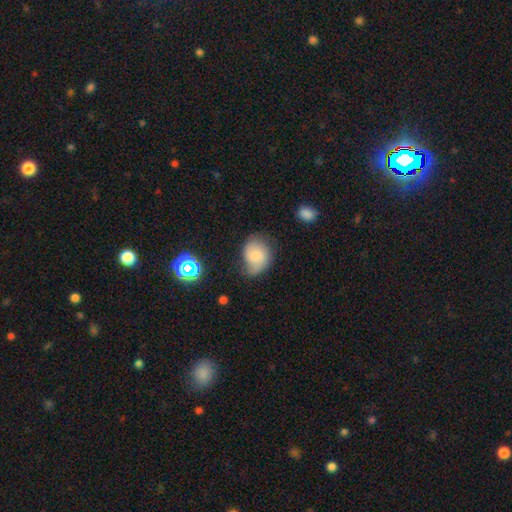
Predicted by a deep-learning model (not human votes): Smooth or featured? smooth (62%)
How rounded? in between (53%)
Merging? none (50%)